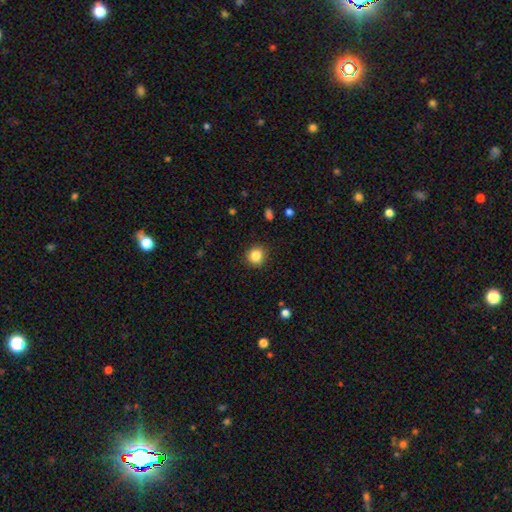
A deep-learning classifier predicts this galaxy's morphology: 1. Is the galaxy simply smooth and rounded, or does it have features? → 85% smooth, 11% star or artifact, 5% featured or disk.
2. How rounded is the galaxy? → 89% round, 10% in between, 1% cigar-shaped.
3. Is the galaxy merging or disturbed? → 89% none, 8% minor disturbance, 2% major disturbance, 1% merger.